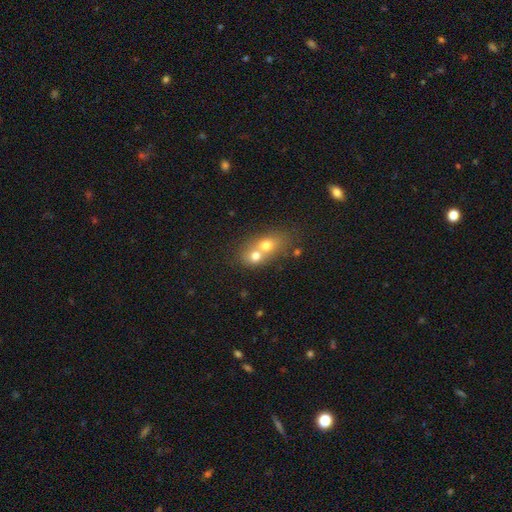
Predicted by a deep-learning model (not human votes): This appears to be a smooth galaxy with no disk features (67%) that is round (51%). Merging: merger (74%).